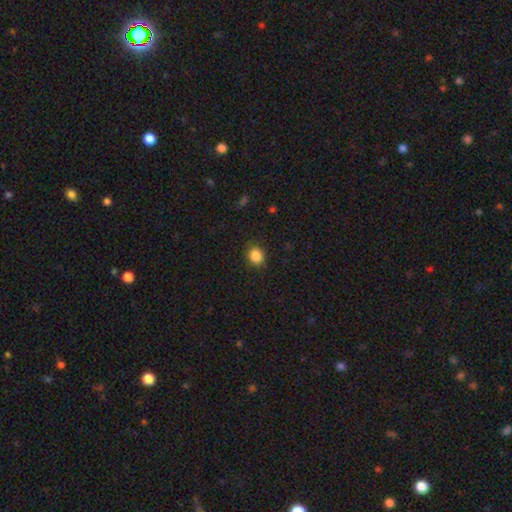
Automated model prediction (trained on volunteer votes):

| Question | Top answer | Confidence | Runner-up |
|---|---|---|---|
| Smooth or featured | smooth | 87% | star or artifact (10%) |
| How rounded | round | 67% | in between (32%) |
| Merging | none | 87% | minor disturbance (9%) |